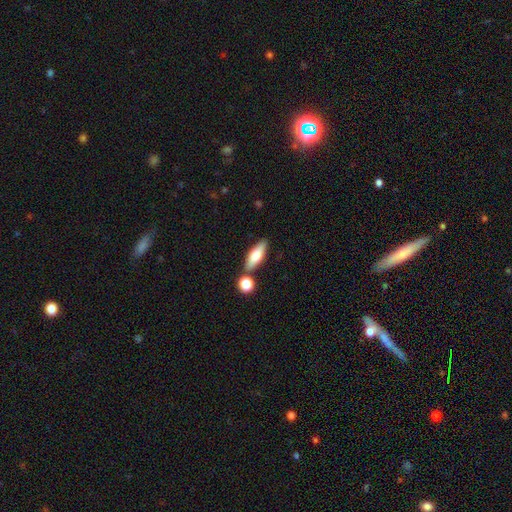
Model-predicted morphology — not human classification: The model was most divided on "how rounded": in between: 61%, cigar-shaped: 35%, round: 4%. More confident: smooth or featured — smooth (72%); merging — none (72%).